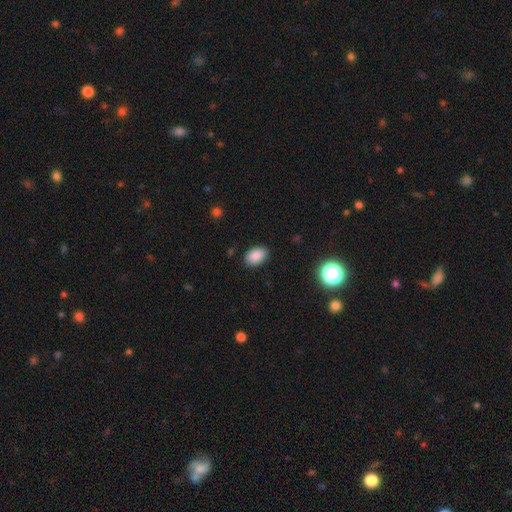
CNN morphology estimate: This appears to be a smooth galaxy with no disk features (87%) that is in between round and cigar-shaped (88%). Merging: none (87%).